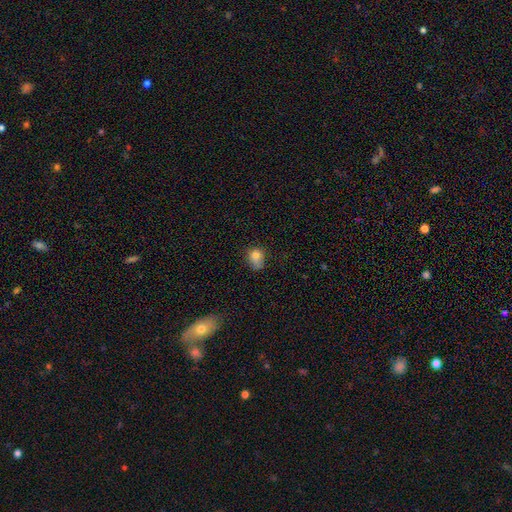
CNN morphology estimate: This appears to be a smooth galaxy with no disk features (80%) that is round (52%). Merging: none (47%).